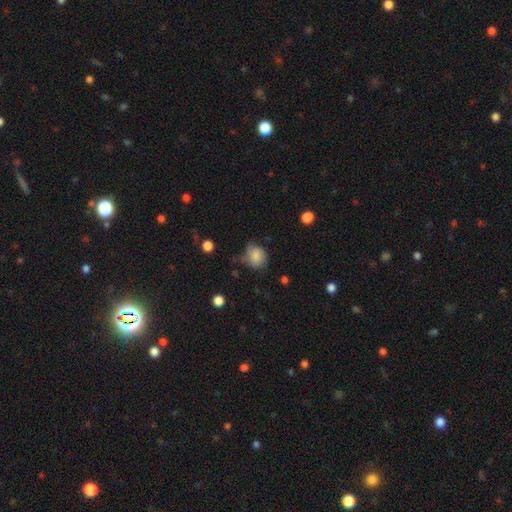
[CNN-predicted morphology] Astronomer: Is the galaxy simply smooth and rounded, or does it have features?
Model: smooth — 67%.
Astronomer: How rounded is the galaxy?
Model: round — 59% (runner-up: in between, 40%).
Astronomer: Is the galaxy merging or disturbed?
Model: none — 48% (runner-up: minor disturbance, 34%).